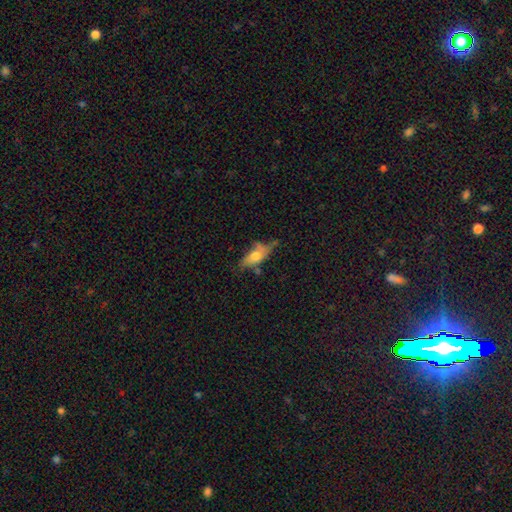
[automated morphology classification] Smooth or featured?
  - smooth: 55% *
  - featured or disk: 37%
  - star or artifact: 8%
How rounded?
  - in between: 71% *
  - cigar-shaped: 24%
  - round: 4%
Merging?
  - none: 44% *
  - minor disturbance: 30%
  - major disturbance: 15%
  - merger: 11%